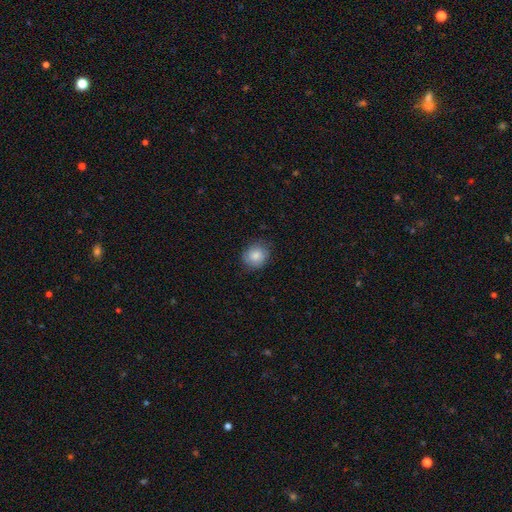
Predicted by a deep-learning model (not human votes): Smooth or featured?
  - smooth: 82% *
  - featured or disk: 10%
  - star or artifact: 8%
How rounded?
  - round: 69% *
  - in between: 30%
  - cigar-shaped: 1%
Merging?
  - none: 78% *
  - minor disturbance: 17%
  - major disturbance: 4%
  - merger: 1%